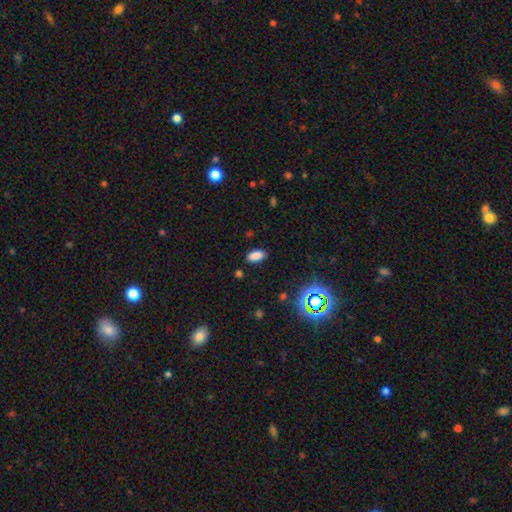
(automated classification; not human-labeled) Morphology: type=smooth (82%); roundness=in between (91%); merging=none (86%).